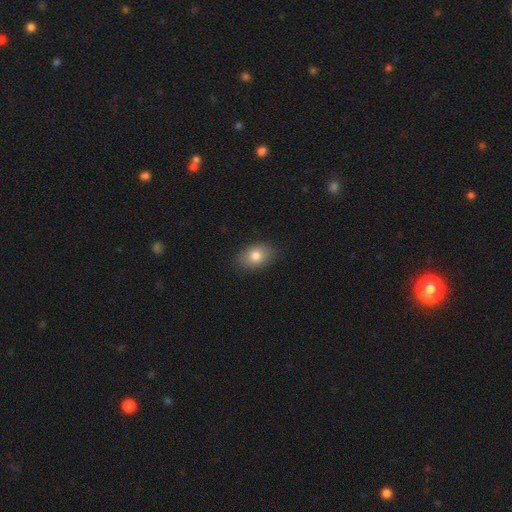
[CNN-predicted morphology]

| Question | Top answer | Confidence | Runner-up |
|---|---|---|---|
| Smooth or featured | smooth | 81% | featured or disk (11%) |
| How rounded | in between | 80% | round (19%) |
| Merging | none | 86% | minor disturbance (11%) |